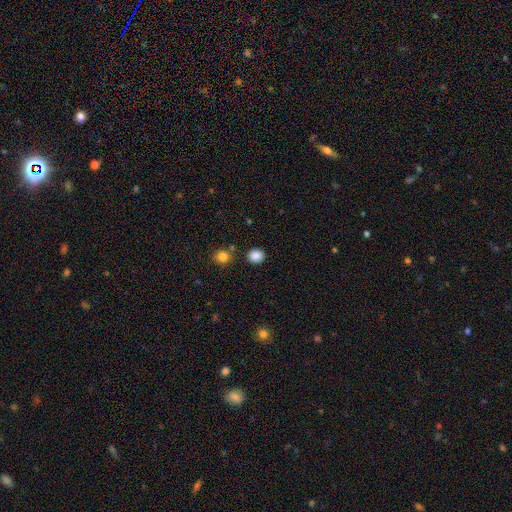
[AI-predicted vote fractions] smooth_or_featured: smooth (p=0.87) [alt: star or artifact p=0.10]
how_rounded: round (p=0.83) [alt: in between p=0.17]
merging: none (p=0.87) [alt: minor disturbance p=0.07]